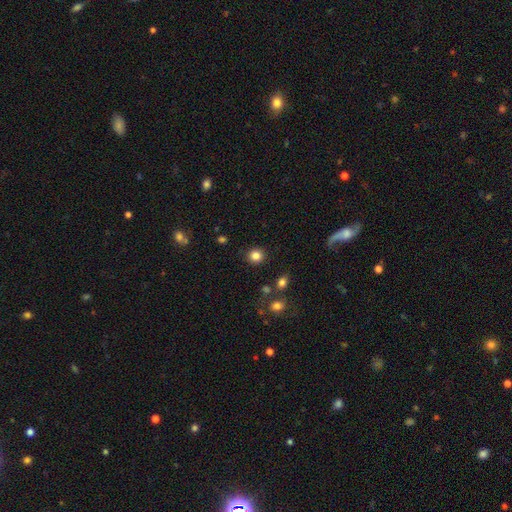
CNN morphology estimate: The model was most divided on "smooth or featured": smooth: 84%, star or artifact: 12%, featured or disk: 5%. More confident: how rounded — round (90%); merging — none (90%).